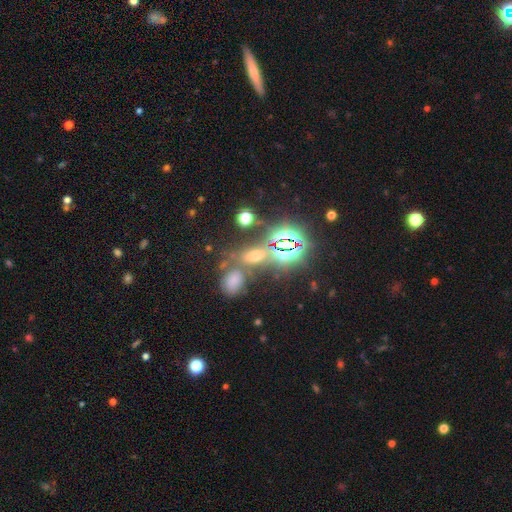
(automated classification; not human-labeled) Smooth or featured: star or artifact — 53% (smooth — 33%)